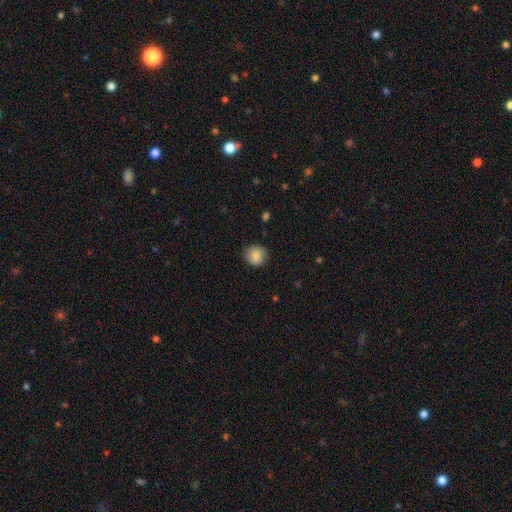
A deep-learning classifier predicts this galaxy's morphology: smooth_or_featured: smooth (p=0.85) [alt: star or artifact p=0.08]
how_rounded: round (p=0.88) [alt: in between p=0.11]
merging: none (p=0.83) [alt: minor disturbance p=0.13]